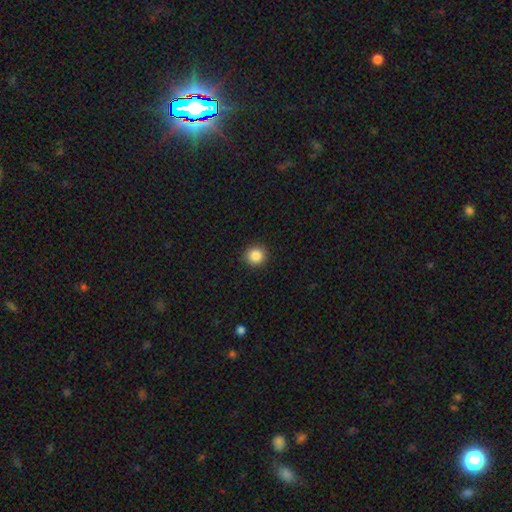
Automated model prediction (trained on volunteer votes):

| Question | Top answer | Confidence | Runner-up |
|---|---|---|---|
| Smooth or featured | smooth | 87% | star or artifact (10%) |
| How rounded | round | 94% | in between (5%) |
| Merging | none | 92% | minor disturbance (5%) |